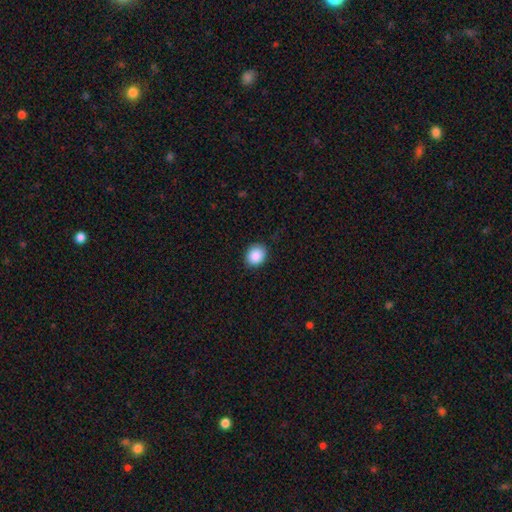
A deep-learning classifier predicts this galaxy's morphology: type=smooth (89%); roundness=round (59%); merging=none (87%).